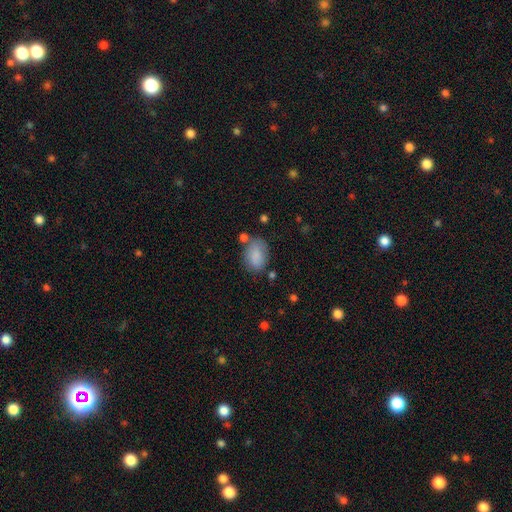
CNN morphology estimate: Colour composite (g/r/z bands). It shows a smooth galaxy with no disk features (85%) that is in between round and cigar-shaped (81%). Merging: none (64%).